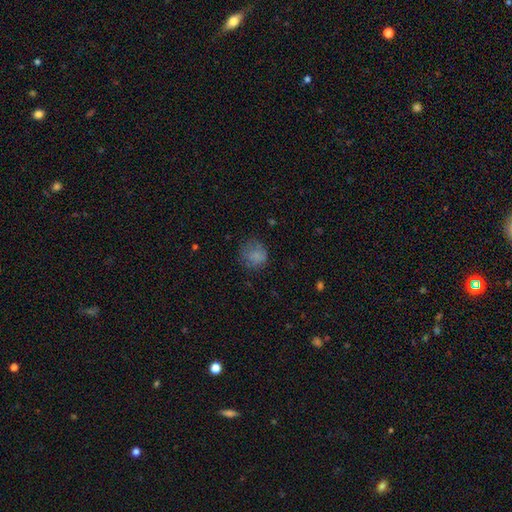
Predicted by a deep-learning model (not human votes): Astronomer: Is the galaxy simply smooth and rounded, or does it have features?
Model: smooth — 78%.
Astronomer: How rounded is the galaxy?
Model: round — 82%.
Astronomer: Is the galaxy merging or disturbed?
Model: none — 65%.